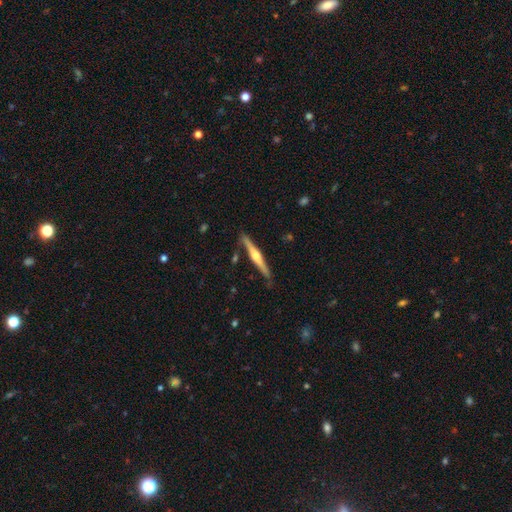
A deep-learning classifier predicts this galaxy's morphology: smooth-or-featured: featured or disk: 73% | smooth: 22% | star or artifact: 5%
  disk-edge-on: yes: 98% | no: 2%
    edge-on-bulge: rounded: 92% | none: 4% | boxy: 3%
  merging: none: 84% | minor disturbance: 11% | merger: 3% | major disturbance: 2%